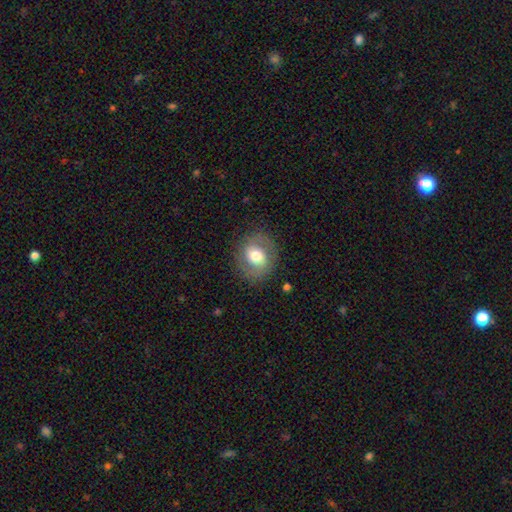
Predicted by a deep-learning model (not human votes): A smooth galaxy with no disk features (47%).

Vote fractions:
- Smooth or featured? smooth: 47% / featured or disk: 45% / star or artifact: 8%
- Merging? none: 82% / minor disturbance: 11% / major disturbance: 5% / merger: 1%